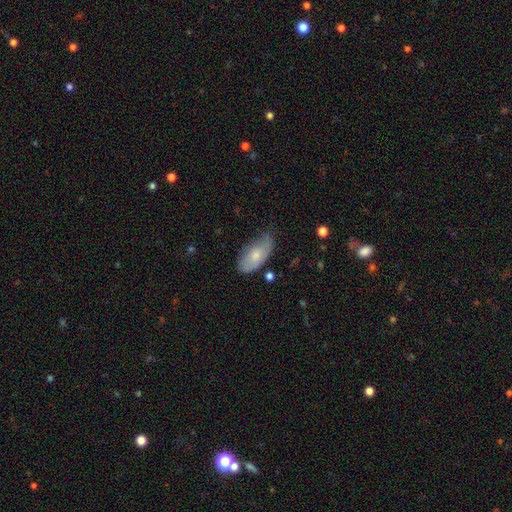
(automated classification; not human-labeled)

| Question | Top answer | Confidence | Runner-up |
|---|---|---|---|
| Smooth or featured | smooth | 63% | featured or disk (31%) |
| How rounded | in between | 92% | cigar-shaped (5%) |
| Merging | none | 51% | minor disturbance (37%) |